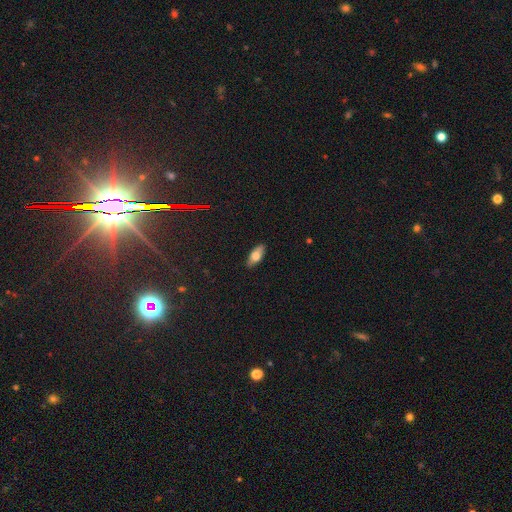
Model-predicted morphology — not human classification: smooth 71%, featured or disk 22%, star or artifact 7%. Down the decision tree: how rounded — in between (80%); merging — none (88%).